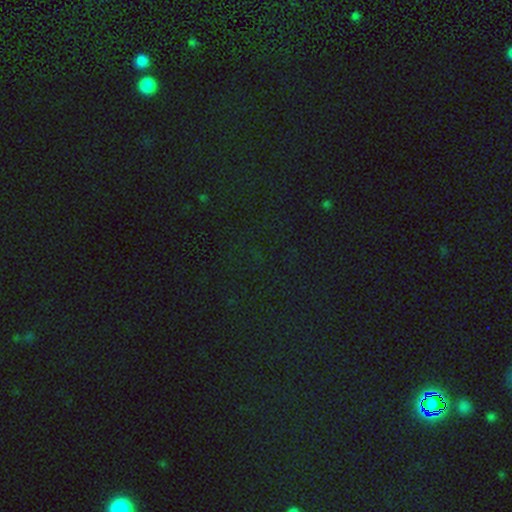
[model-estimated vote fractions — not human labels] star or artifact 82%, smooth 11%, featured or disk 6%.